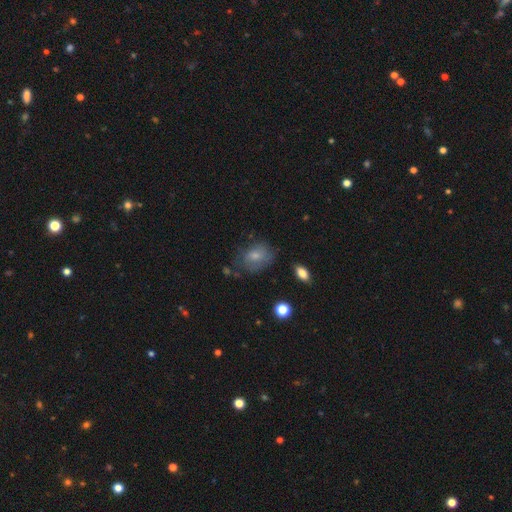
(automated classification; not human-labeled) The model was most divided on "merging": none: 58%, minor disturbance: 27%, major disturbance: 13%, merger: 3%. More confident: how rounded — in between (73%); smooth or featured — smooth (68%).